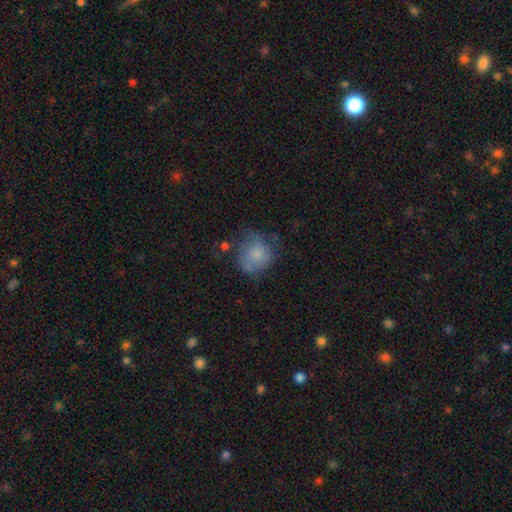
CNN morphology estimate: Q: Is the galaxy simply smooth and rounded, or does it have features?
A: smooth — 74%.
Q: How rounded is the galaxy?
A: round — 78%.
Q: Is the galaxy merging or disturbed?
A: none — 51%.